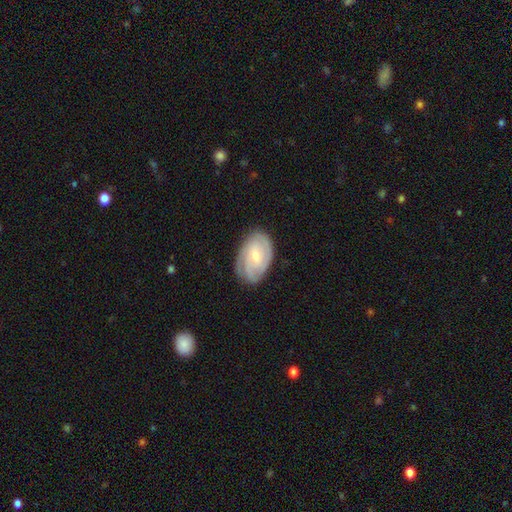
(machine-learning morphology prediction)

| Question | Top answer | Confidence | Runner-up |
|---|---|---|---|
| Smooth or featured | featured or disk | 72% | smooth (23%) |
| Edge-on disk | no | 96% | yes (4%) |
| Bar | no | 46% | weak (45%) |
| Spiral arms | yes | 91% | no (9%) |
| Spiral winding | tight | 64% | medium (28%) |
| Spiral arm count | can't tell | 33% | 2 (29%) |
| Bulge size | small | 50% | moderate (46%) |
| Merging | none | 74% | minor disturbance (20%) |